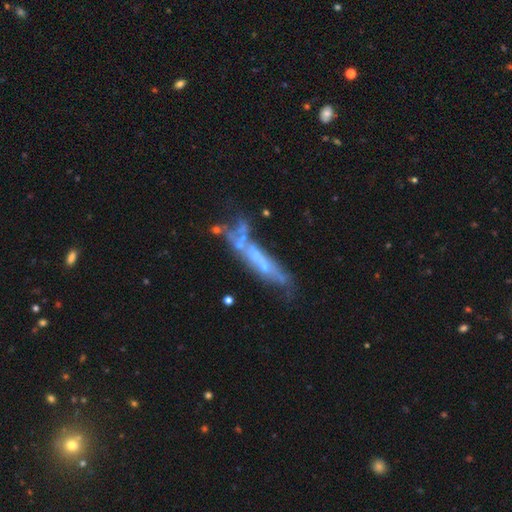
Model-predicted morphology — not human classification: A featured or disk galaxy (60%).

Vote fractions:
- Smooth or featured? featured or disk: 60% / smooth: 27% / star or artifact: 13%
- Edge-on disk? no: 54% / yes: 46%
- Merging? none: 33% / major disturbance: 24% / merger: 23% / minor disturbance: 20%